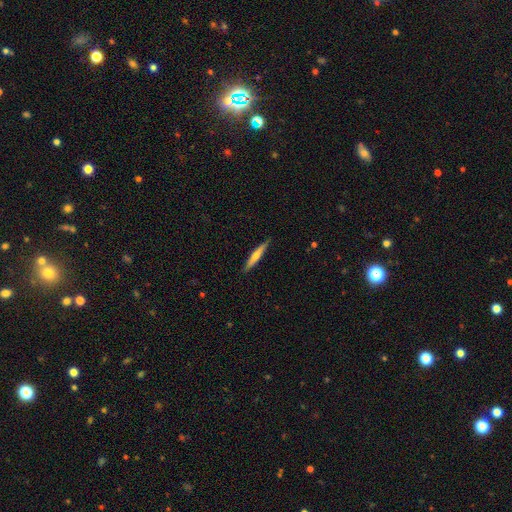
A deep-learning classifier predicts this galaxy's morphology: smooth_or_featured: smooth (p=0.55) [alt: featured or disk p=0.40]
how_rounded: cigar-shaped (p=0.93) [alt: in between p=0.06]
merging: none (p=0.88) [alt: minor disturbance p=0.09]